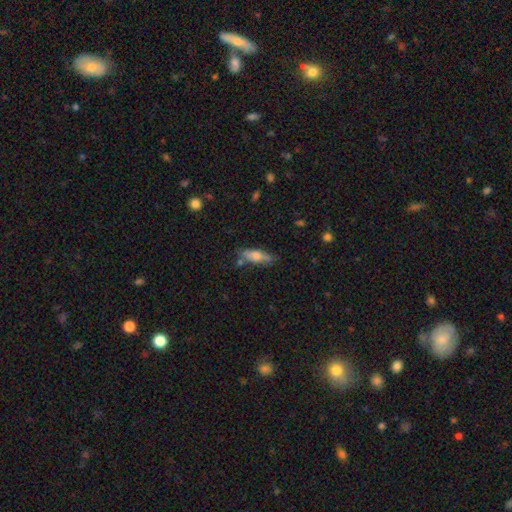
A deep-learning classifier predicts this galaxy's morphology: This is likely a smooth galaxy (61%). How rounded: possibly in between (49%). Merging: likely none (71%).